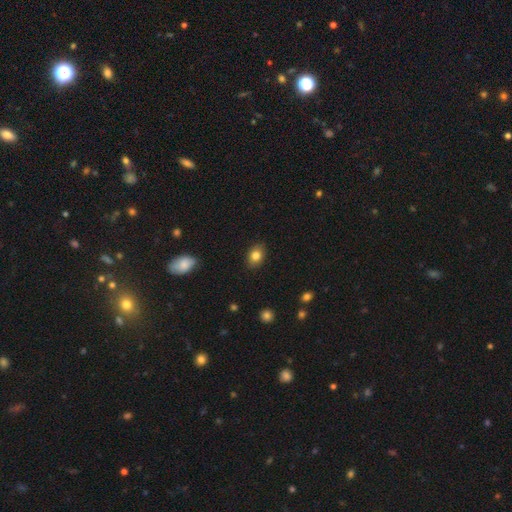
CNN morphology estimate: A smooth galaxy with no disk features (82%) that is in between round and cigar-shaped (73%).

Vote fractions:
- Smooth or featured? smooth: 82% / featured or disk: 9% / star or artifact: 9%
- How rounded? in between: 73% / round: 26% / cigar-shaped: 1%
- Merging? none: 87% / minor disturbance: 9% / major disturbance: 2% / merger: 1%